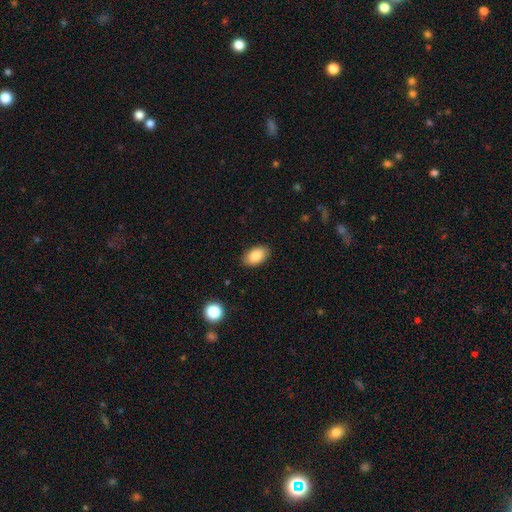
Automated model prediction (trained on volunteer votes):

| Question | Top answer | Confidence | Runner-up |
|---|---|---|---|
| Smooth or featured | smooth | 86% | star or artifact (7%) |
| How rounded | in between | 93% | round (6%) |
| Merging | none | 88% | minor disturbance (9%) |